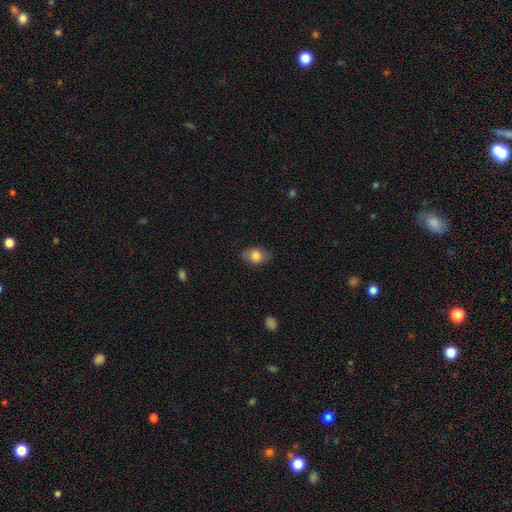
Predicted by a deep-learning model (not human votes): Smooth or featured: smooth — 79% (featured or disk — 12%)
How rounded: in between — 79% (round — 19%)
Merging: none — 82% (minor disturbance — 14%)